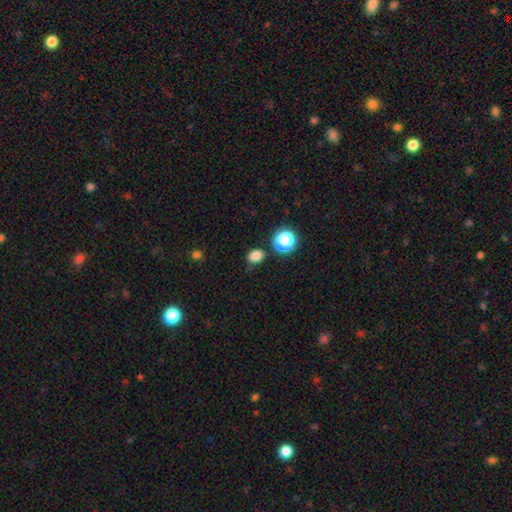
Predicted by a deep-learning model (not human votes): A smooth galaxy with no disk features (81%) that is in between round and cigar-shaped (50%). Merging: none (77%).